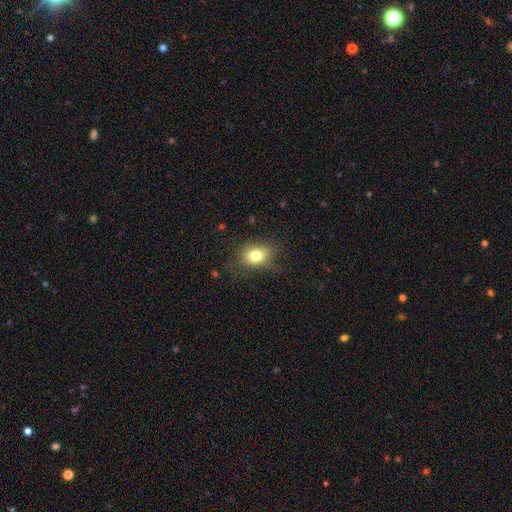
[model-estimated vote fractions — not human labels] Smooth or featured: smooth — 77% (featured or disk — 12%)
How rounded: in between — 64% (round — 35%)
Merging: none — 71% (minor disturbance — 20%)